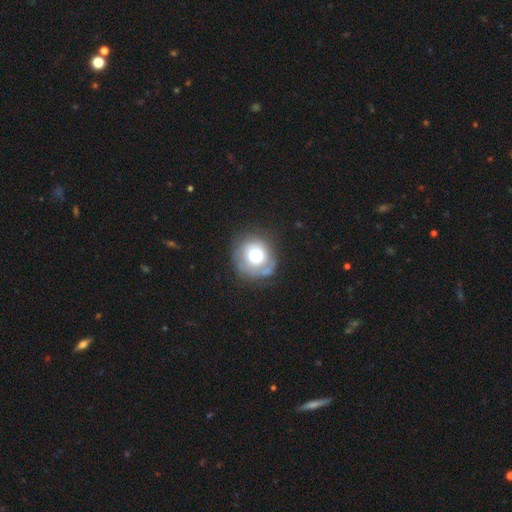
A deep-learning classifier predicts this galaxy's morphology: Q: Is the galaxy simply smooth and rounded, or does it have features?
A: smooth — 54%.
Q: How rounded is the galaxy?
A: round — 87%.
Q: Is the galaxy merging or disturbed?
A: none — 62%.